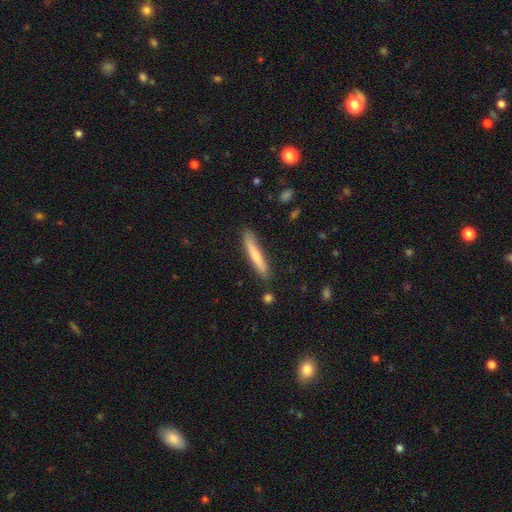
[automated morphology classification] A smooth galaxy with no disk features (65%) that is cigar-shaped (93%).

Vote fractions:
- Smooth or featured? smooth: 65% / featured or disk: 29% / star or artifact: 5%
- How rounded? cigar-shaped: 93% / in between: 6% / round: 1%
- Merging? none: 86% / minor disturbance: 10% / merger: 2% / major disturbance: 2%